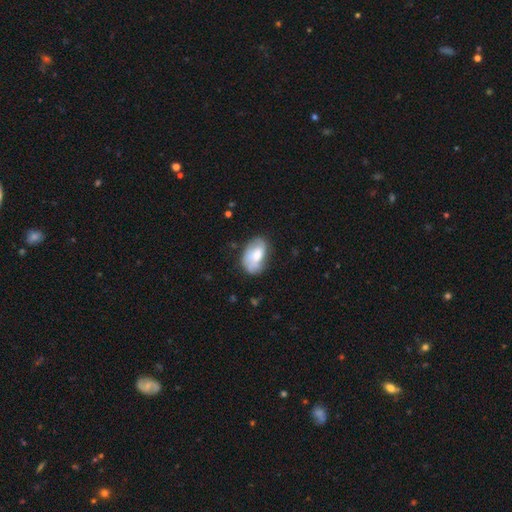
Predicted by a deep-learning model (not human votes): This appears to be a smooth galaxy with no disk features (61%) that is in between round and cigar-shaped (91%). Merging: none (53%).